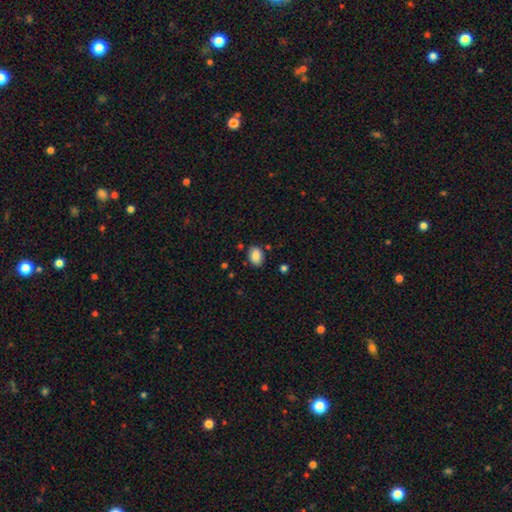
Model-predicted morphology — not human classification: A smooth galaxy with no disk features (87%) that is in between round and cigar-shaped (78%). Merging: none (83%).